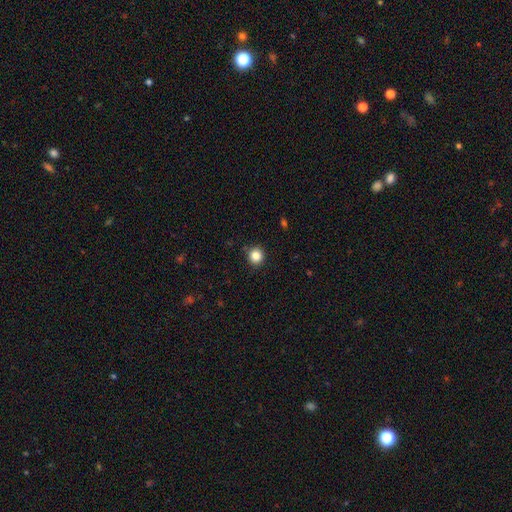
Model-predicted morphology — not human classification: smooth_or_featured: smooth (p=0.85) [alt: star or artifact p=0.11]
how_rounded: round (p=0.89) [alt: in between p=0.10]
merging: none (p=0.90) [alt: minor disturbance p=0.07]